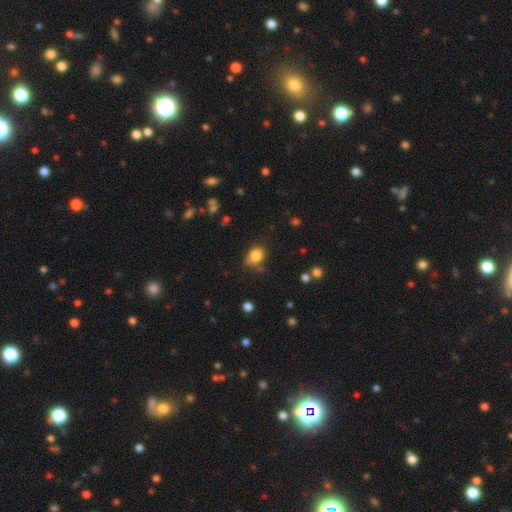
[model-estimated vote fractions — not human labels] The model was most divided on "how rounded": in between: 60%, round: 39%, cigar-shaped: 1%. More confident: smooth or featured — smooth (84%); merging — none (69%).